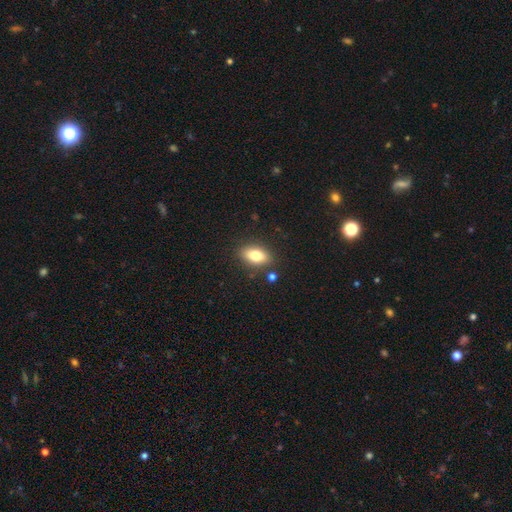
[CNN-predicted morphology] smooth-or-featured: smooth: 79% | featured or disk: 13% | star or artifact: 8%
  how-rounded: in between: 87% | round: 8% | cigar-shaped: 6%
  merging: none: 83% | minor disturbance: 11% | merger: 4% | major disturbance: 3%